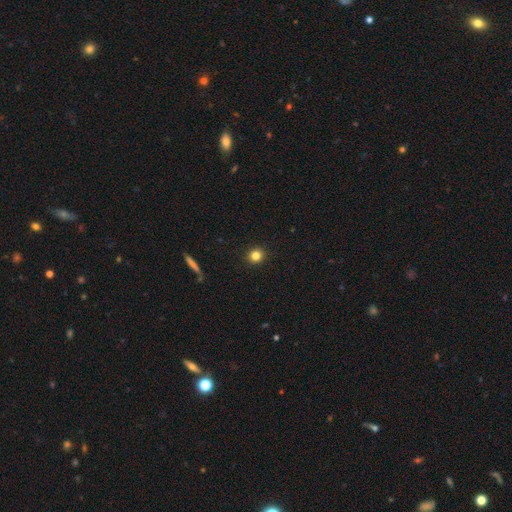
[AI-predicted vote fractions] This is clearly a smooth galaxy (82%). How rounded: clearly round (90%). Merging: clearly none (92%).